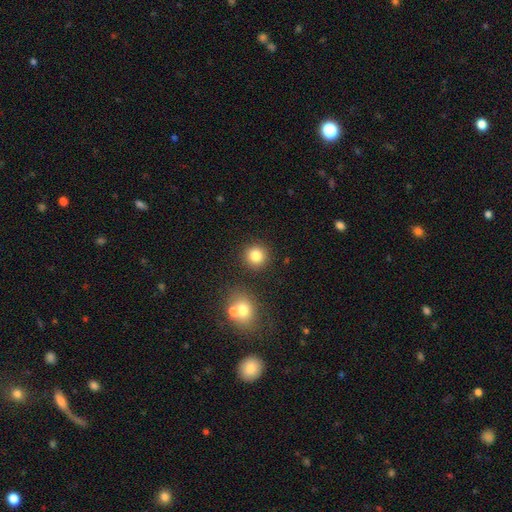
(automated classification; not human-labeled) This appears to be a smooth galaxy with no disk features (81%) that is round (92%). Merging: none (86%).